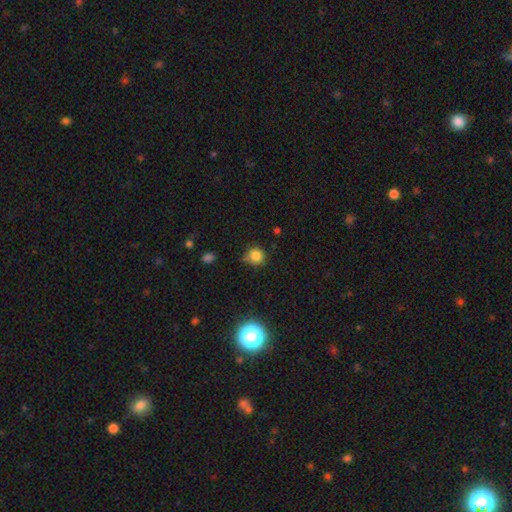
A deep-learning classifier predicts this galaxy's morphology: Smooth or featured: smooth — 81% (star or artifact — 14%)
How rounded: round — 86% (in between — 13%)
Merging: none — 68% (minor disturbance — 24%)